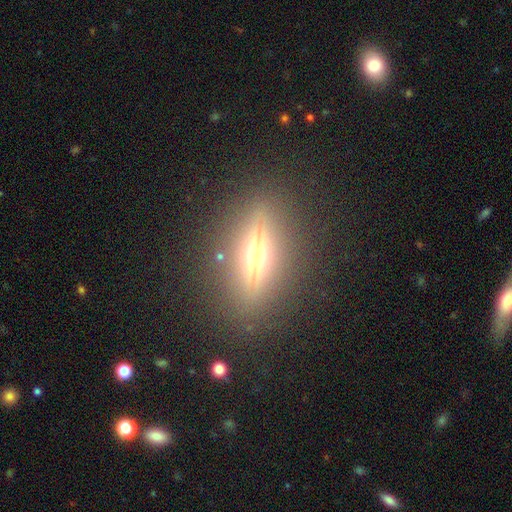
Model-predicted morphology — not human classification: smooth-or-featured: featured or disk: 58% | smooth: 31% | star or artifact: 11%
  disk-edge-on: yes: 87% | no: 13%
    edge-on-bulge: rounded: 93% | boxy: 4% | none: 3%
  merging: none: 85% | minor disturbance: 10% | major disturbance: 4% | merger: 2%